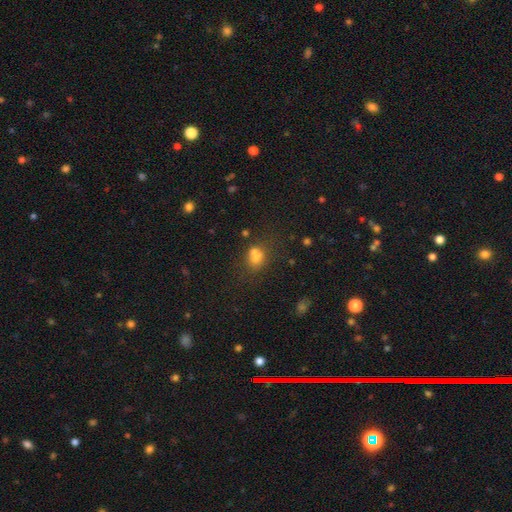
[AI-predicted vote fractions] The model was most divided on "merging": none: 44%, merger: 38%, minor disturbance: 12%, major disturbance: 6%. More confident: smooth or featured — smooth (67%); how rounded — round (64%).